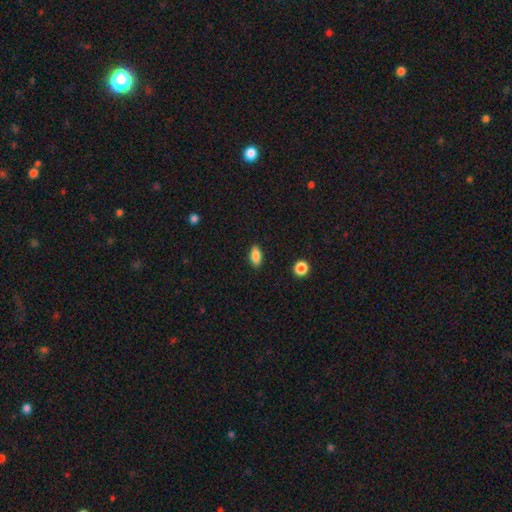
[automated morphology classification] A smooth galaxy with no disk features (85%) that is in between round and cigar-shaped (87%).

Vote fractions:
- Smooth or featured? smooth: 85% / star or artifact: 8% / featured or disk: 7%
- How rounded? in between: 87% / cigar-shaped: 9% / round: 4%
- Merging? none: 88% / minor disturbance: 8% / major disturbance: 2% / merger: 1%